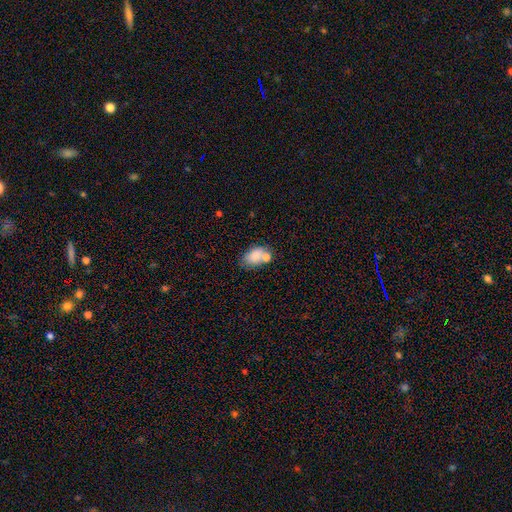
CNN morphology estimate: smooth-or-featured: smooth: 79% | featured or disk: 12% | star or artifact: 9%
  how-rounded: in between: 88% | round: 11% | cigar-shaped: 2%
  merging: none: 51% | merger: 25% | minor disturbance: 18% | major disturbance: 6%